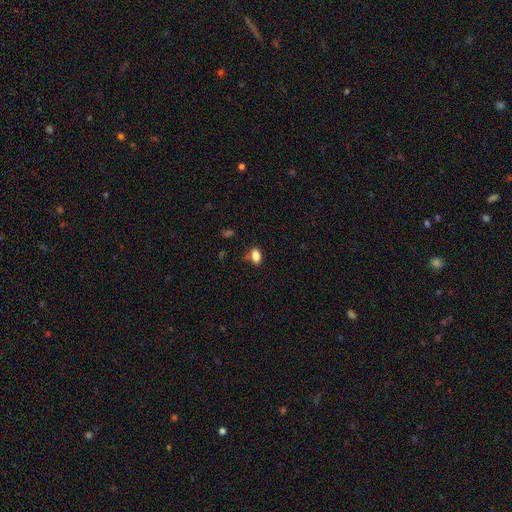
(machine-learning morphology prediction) This is clearly a smooth galaxy (83%). How rounded: clearly in between (86%). Merging: likely none (70%).